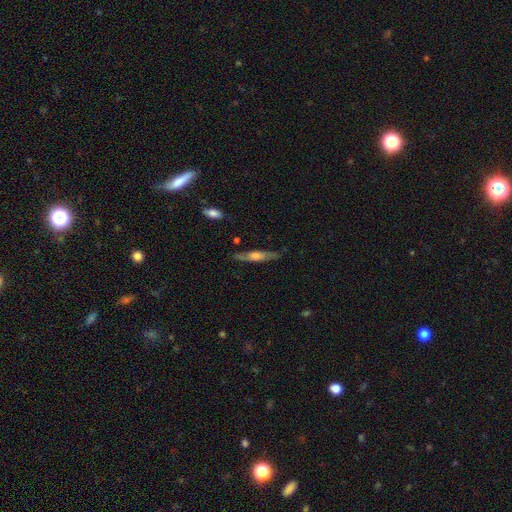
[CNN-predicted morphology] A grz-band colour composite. It shows a featured or disk galaxy (51%) viewed edge-on (84%). Merging: none (81%).